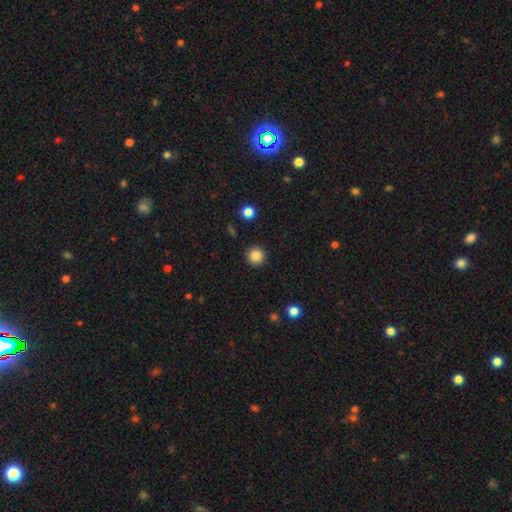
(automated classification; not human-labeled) smooth_or_featured: smooth (p=0.86) [alt: star or artifact p=0.10]
how_rounded: round (p=0.95) [alt: in between p=0.04]
merging: none (p=0.92) [alt: minor disturbance p=0.05]